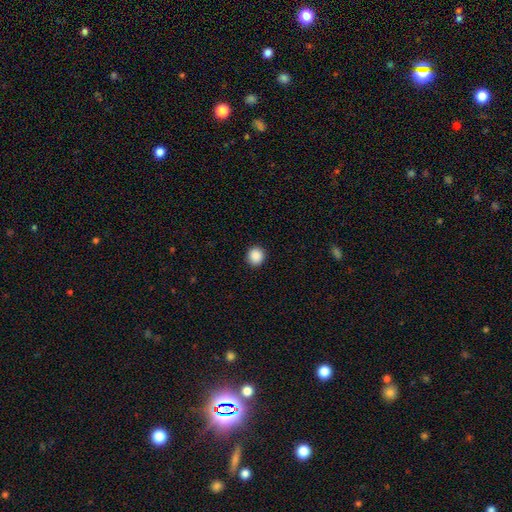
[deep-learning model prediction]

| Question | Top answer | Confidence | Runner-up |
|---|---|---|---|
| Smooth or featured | smooth | 89% | star or artifact (9%) |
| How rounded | round | 91% | in between (8%) |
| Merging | none | 92% | minor disturbance (5%) |